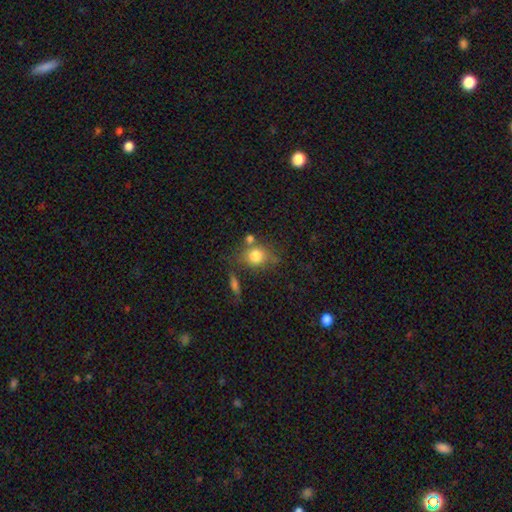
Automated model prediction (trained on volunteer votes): Smooth or featured? Predicted: smooth (p=0.79). How rounded? Predicted: round (p=0.66). Merging? Predicted: none (p=0.61).